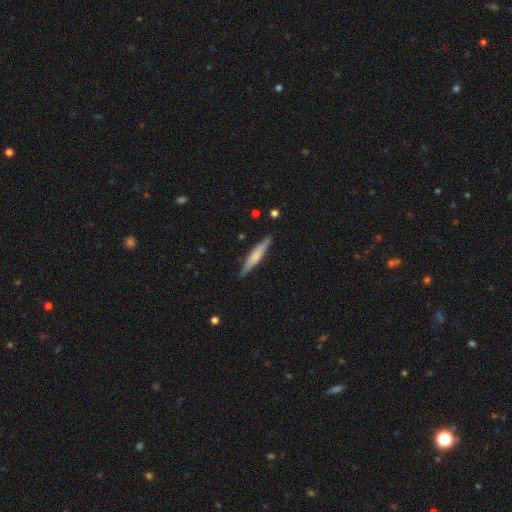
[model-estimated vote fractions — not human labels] This is possibly a smooth galaxy (52%). How rounded: clearly cigar-shaped (92%). Merging: clearly none (88%).